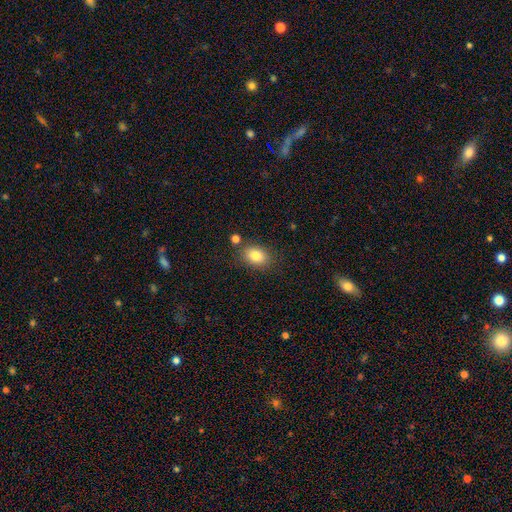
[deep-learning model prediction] smooth-or-featured: smooth: 83% | star or artifact: 9% | featured or disk: 8%
  how-rounded: in between: 70% | round: 28% | cigar-shaped: 1%
  merging: none: 79% | minor disturbance: 12% | merger: 6% | major disturbance: 3%